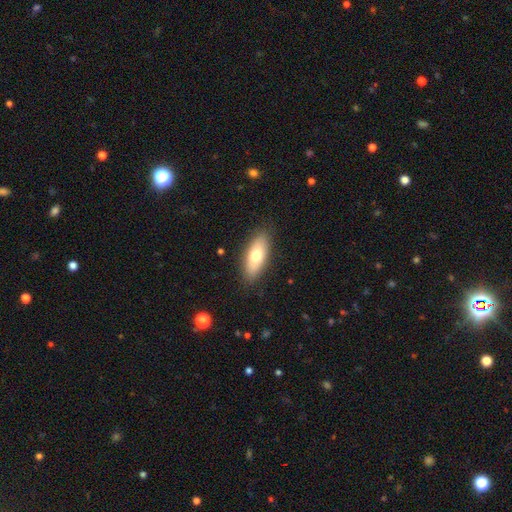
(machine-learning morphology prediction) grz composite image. It shows a smooth galaxy with no disk features (69%) that is in between round and cigar-shaped (78%). Merging: none (86%).